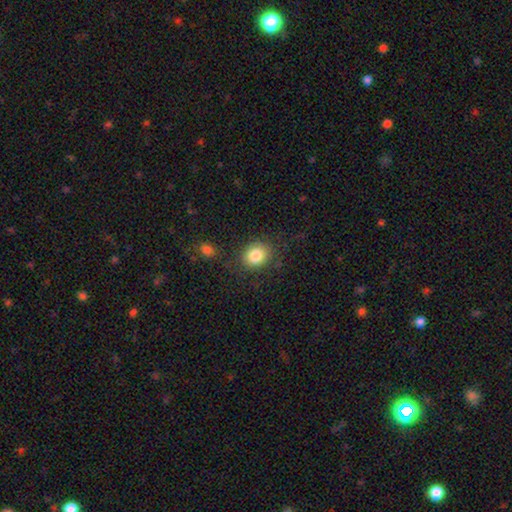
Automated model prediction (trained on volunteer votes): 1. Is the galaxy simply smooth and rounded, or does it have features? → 84% smooth, 9% star or artifact, 7% featured or disk.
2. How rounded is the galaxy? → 63% round, 36% in between, 1% cigar-shaped.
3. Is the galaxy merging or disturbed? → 81% none, 12% minor disturbance, 5% major disturbance, 3% merger.